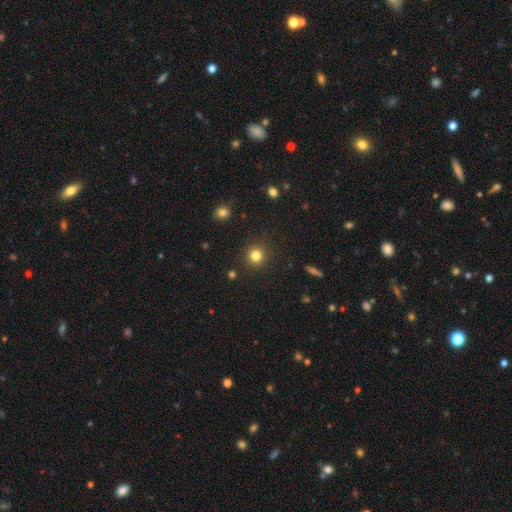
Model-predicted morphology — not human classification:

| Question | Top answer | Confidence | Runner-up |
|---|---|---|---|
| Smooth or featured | smooth | 81% | star or artifact (13%) |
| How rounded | round | 94% | in between (5%) |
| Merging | none | 90% | minor disturbance (6%) |